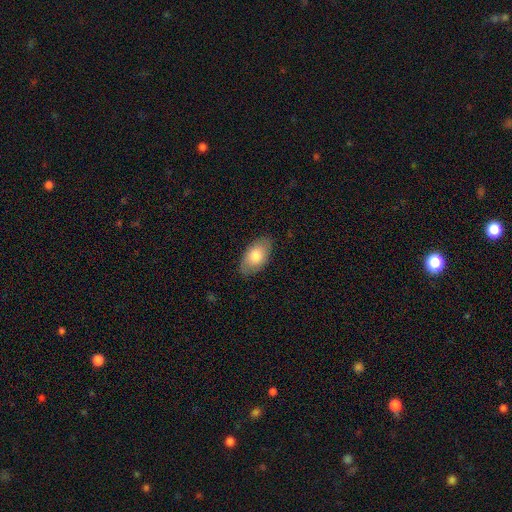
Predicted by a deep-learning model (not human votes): A smooth galaxy with no disk features (74%) that is in between round and cigar-shaped (94%).

Vote fractions:
- Smooth or featured? smooth: 74% / featured or disk: 20% / star or artifact: 6%
- How rounded? in between: 94% / round: 4% / cigar-shaped: 2%
- Merging? none: 82% / minor disturbance: 14% / major disturbance: 3% / merger: 1%